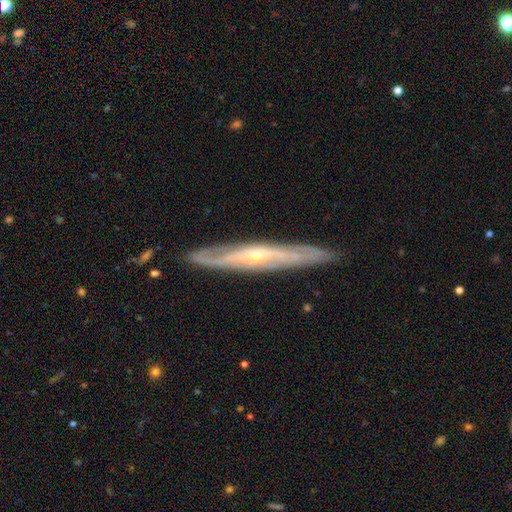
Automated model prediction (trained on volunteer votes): Overall: featured or disk (80%). Edge-on disk: yes (72%). Edge-on bulge: rounded (65%; none 33%). Merging: none (85%).